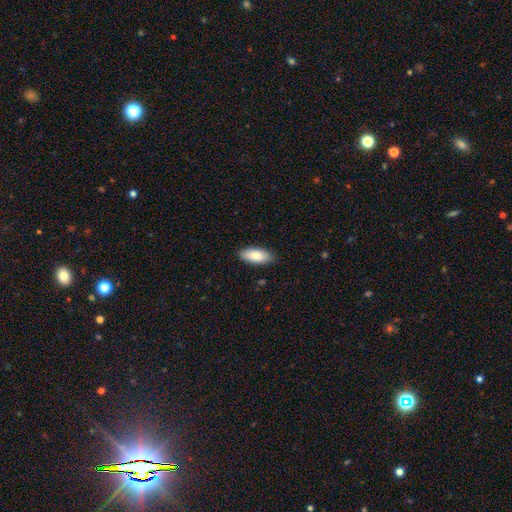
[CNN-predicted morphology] Overall: smooth (84%). How rounded: in between (87%). Merging: none (87%).